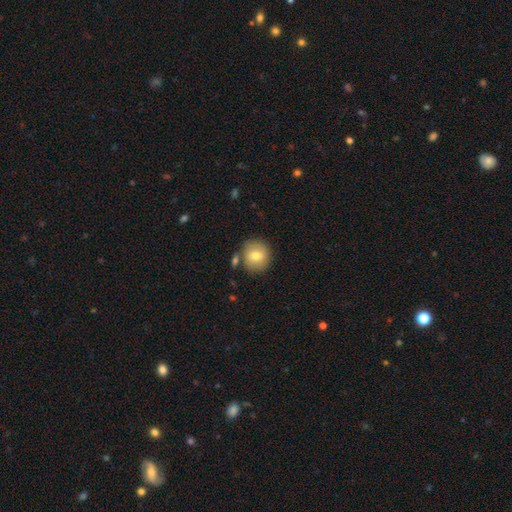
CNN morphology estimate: A smooth galaxy with no disk features (74%) that is round (84%). Merging: none (73%).